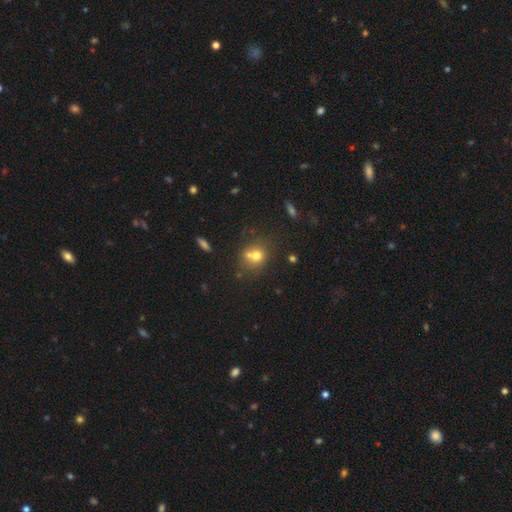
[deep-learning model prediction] Smooth or featured: smooth — 68% (featured or disk — 18%)
How rounded: round — 75% (in between — 24%)
Merging: none — 45% (merger — 40%)